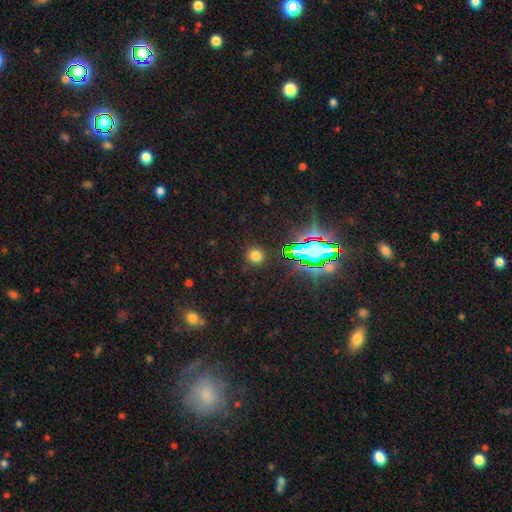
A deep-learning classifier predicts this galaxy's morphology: smooth_or_featured: smooth (p=0.69) [alt: star or artifact p=0.25]
how_rounded: round (p=0.89) [alt: in between p=0.10]
merging: none (p=0.89) [alt: minor disturbance p=0.07]